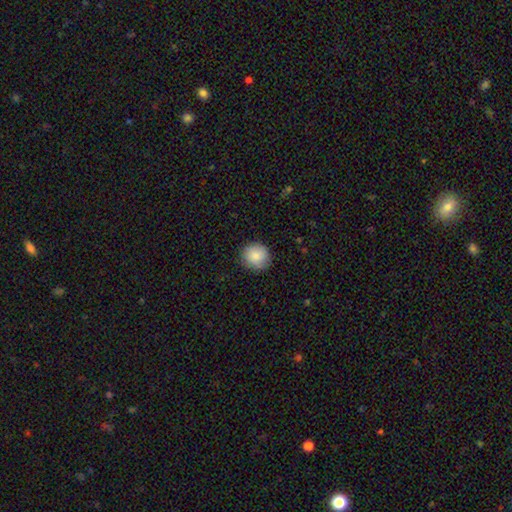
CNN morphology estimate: Smooth or featured?
  - smooth: 85% *
  - star or artifact: 8%
  - featured or disk: 7%
How rounded?
  - round: 91% *
  - in between: 8%
  - cigar-shaped: 1%
Merging?
  - none: 87% *
  - minor disturbance: 10%
  - major disturbance: 2%
  - merger: 1%